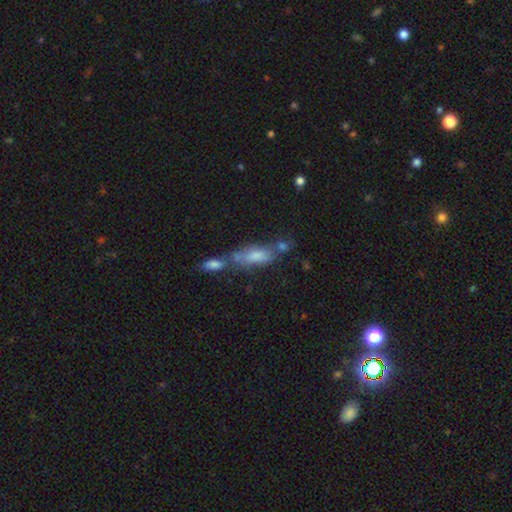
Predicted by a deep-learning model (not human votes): Overall: smooth (60%; featured or disk 27%). How rounded: in between (64%; cigar-shaped 32%). Merging: merger (47%; none 32%).